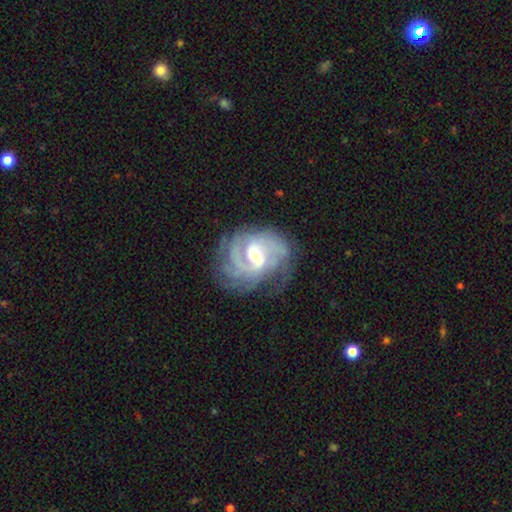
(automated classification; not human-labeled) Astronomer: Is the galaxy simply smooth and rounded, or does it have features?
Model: featured or disk — 89%.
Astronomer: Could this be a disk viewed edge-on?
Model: no — 97%.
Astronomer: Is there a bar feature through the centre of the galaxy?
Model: weak — 54%.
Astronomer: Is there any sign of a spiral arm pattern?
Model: yes — 97%.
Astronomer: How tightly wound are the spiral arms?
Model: tight — 49% (runner-up: medium, 40%).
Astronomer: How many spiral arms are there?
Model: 2 — 29% (runner-up: 3, 26%).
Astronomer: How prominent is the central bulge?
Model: moderate — 55% (runner-up: small, 39%).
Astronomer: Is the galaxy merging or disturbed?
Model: none — 68%.